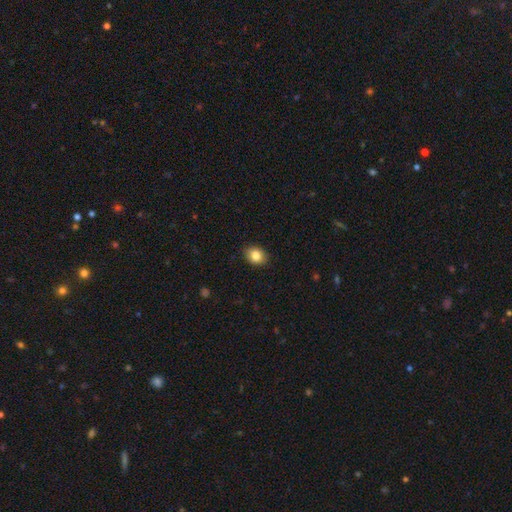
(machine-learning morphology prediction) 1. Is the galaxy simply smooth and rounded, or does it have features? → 85% smooth, 9% star or artifact, 7% featured or disk.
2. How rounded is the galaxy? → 57% in between, 42% round, 1% cigar-shaped.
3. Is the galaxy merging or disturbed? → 89% none, 8% minor disturbance, 2% major disturbance, 1% merger.